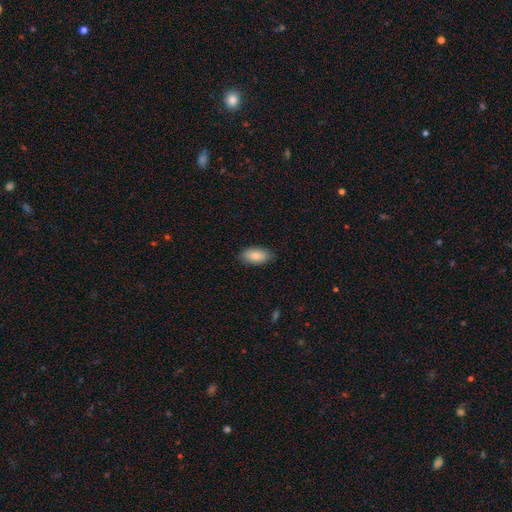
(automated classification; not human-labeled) A smooth galaxy with no disk features (86%) that is in between round and cigar-shaped (92%). Merging: none (86%).